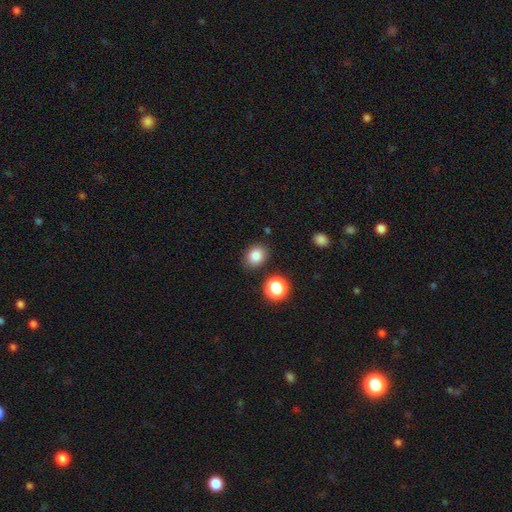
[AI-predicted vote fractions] smooth 82%, star or artifact 12%, featured or disk 6%. Down the decision tree: how rounded — round (56%); merging — none (83%).